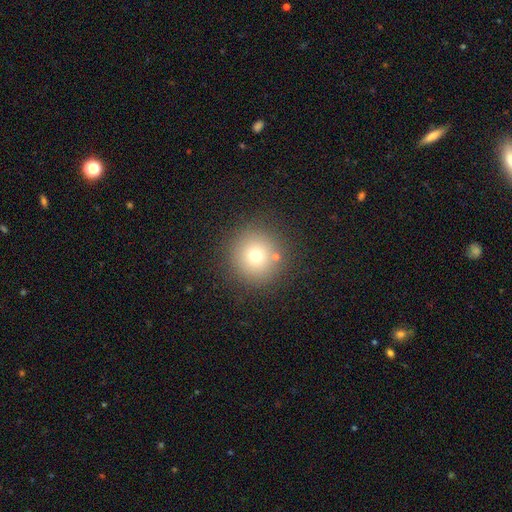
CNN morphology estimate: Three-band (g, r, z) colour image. It shows a smooth galaxy with no disk features (71%) that is round (95%). Merging: none (85%).